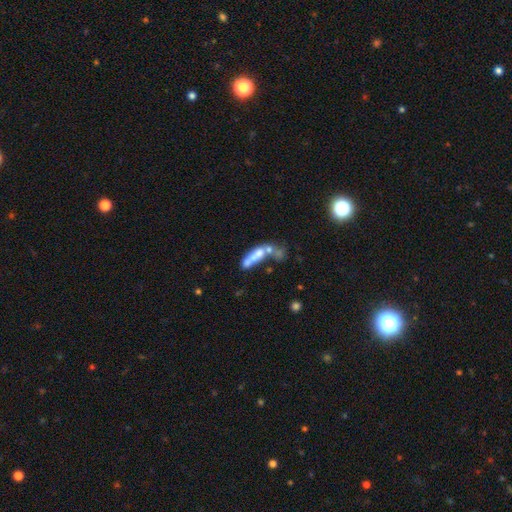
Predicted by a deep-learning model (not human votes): smooth_or_featured: smooth (p=0.48) [alt: featured or disk p=0.41]
merging: merger (p=0.50) [alt: none p=0.22]